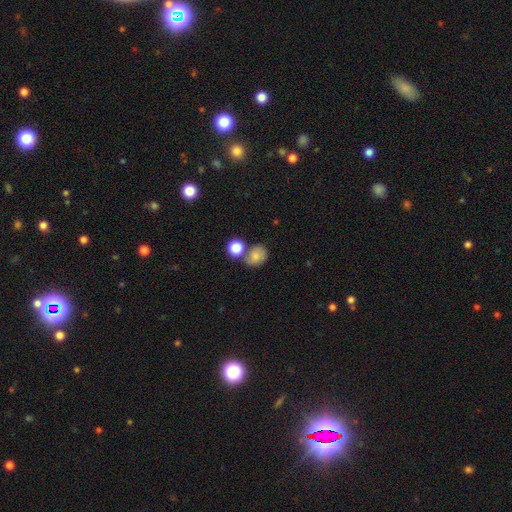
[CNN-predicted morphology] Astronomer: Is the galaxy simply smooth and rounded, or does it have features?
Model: smooth — 78%.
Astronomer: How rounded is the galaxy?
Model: round — 65%.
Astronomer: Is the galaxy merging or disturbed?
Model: none — 49% (runner-up: merger, 30%).